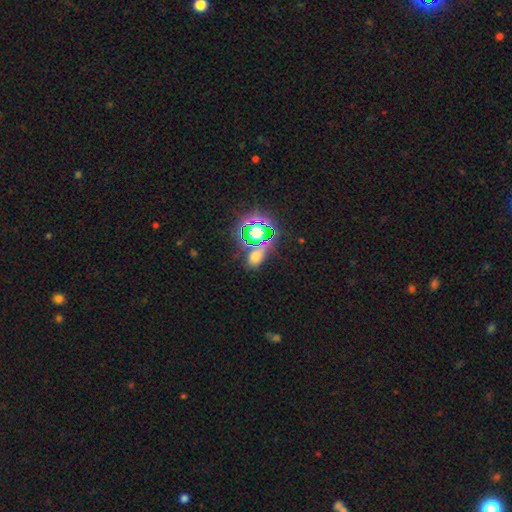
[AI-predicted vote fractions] A star or artifact, not a galaxy (48%).